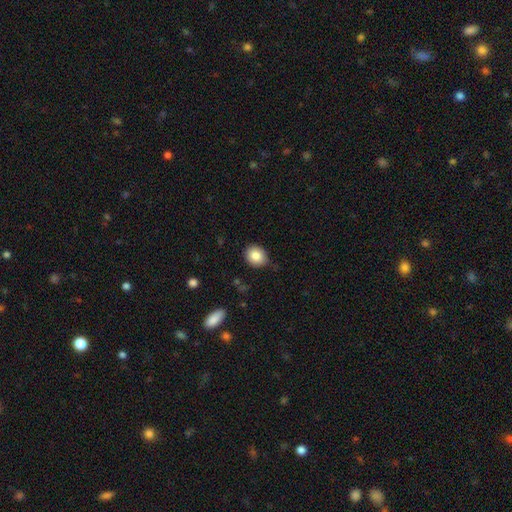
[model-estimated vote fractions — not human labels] smooth-or-featured: smooth: 85% | star or artifact: 9% | featured or disk: 7%
  how-rounded: round: 65% | in between: 34% | cigar-shaped: 1%
  merging: none: 79% | minor disturbance: 16% | major disturbance: 3% | merger: 2%